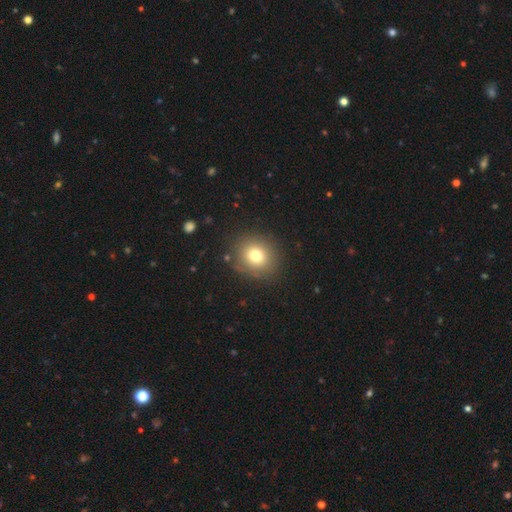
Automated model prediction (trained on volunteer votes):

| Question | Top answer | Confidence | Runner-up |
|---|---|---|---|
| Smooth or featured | smooth | 75% | star or artifact (13%) |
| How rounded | round | 83% | in between (16%) |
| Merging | none | 86% | minor disturbance (9%) |